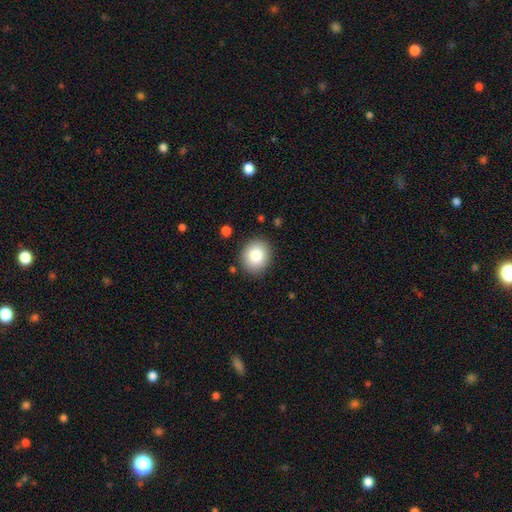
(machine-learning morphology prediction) type=smooth (82%); roundness=round (75%); merging=none (88%).